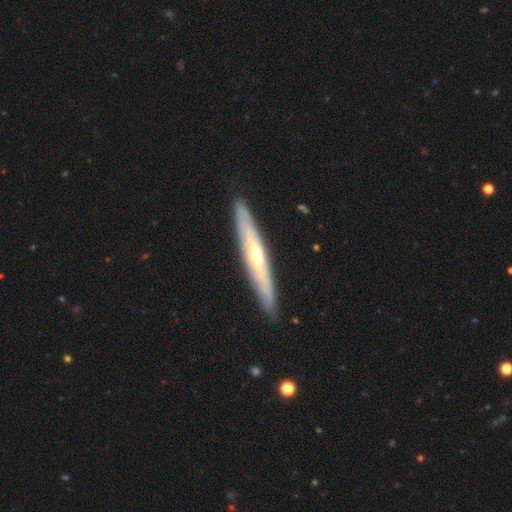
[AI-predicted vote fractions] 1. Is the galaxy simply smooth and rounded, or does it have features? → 68% featured or disk, 27% smooth, 5% star or artifact.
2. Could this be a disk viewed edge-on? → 85% yes, 15% no.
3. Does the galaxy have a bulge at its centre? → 73% rounded, 24% none, 3% boxy.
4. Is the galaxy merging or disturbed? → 90% none, 8% minor disturbance, 2% major disturbance, 1% merger.